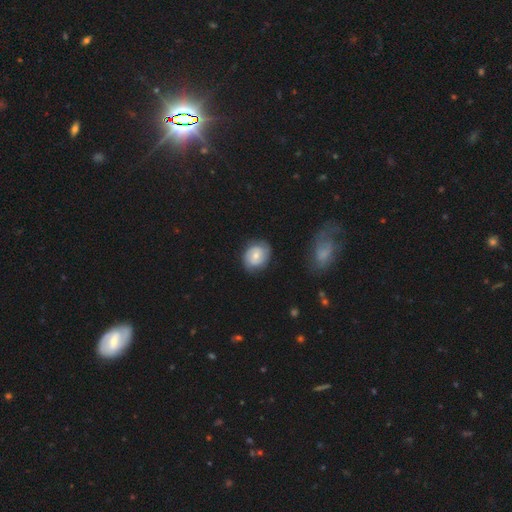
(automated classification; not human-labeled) A featured or disk galaxy (54%) with no bar (52%), spiral arms (84%) and a moderate central bulge (52%). Merging: none (78%).